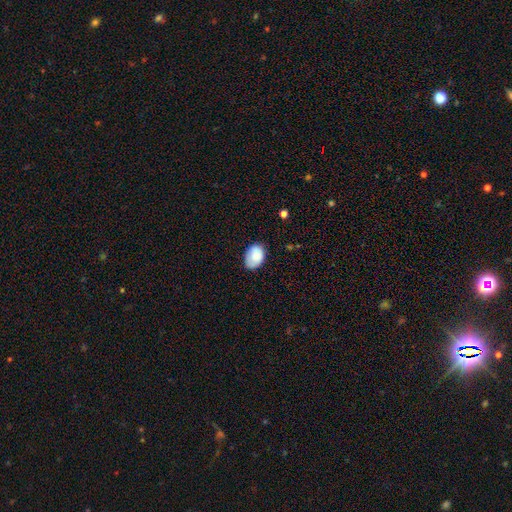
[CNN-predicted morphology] A smooth galaxy with no disk features (86%) that is in between round and cigar-shaped (83%).

Vote fractions:
- Smooth or featured? smooth: 86% / featured or disk: 7% / star or artifact: 7%
- How rounded? in between: 83% / round: 16% / cigar-shaped: 1%
- Merging? none: 73% / minor disturbance: 22% / major disturbance: 3% / merger: 1%